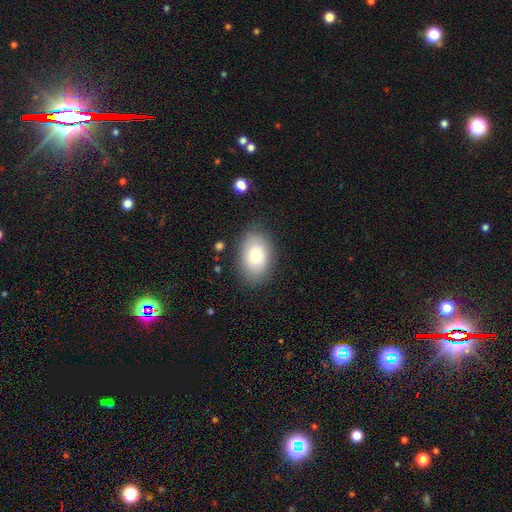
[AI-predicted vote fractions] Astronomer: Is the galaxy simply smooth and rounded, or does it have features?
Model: smooth — 86%.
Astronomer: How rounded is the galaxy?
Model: in between — 88%.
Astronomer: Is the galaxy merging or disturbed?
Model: none — 78%.